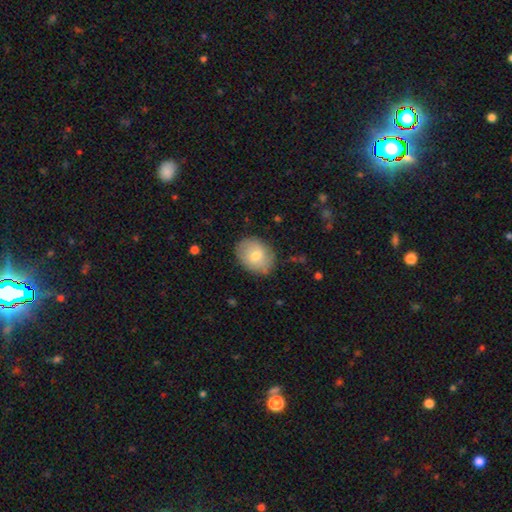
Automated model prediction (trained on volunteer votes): Smooth or featured? Predicted: smooth (p=0.72). How rounded? Predicted: in between (p=0.63). Merging? Predicted: none (p=0.81).